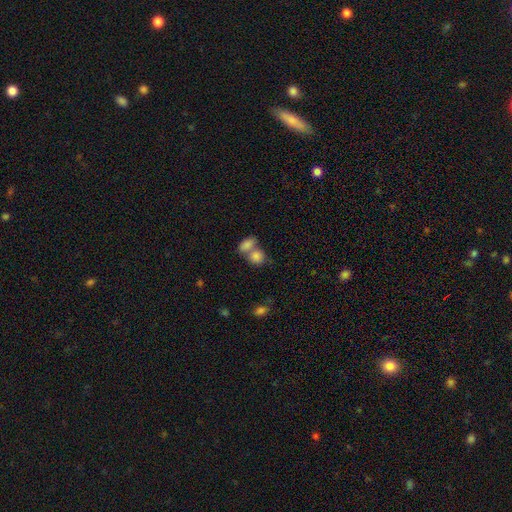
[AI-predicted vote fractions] Smooth or featured?
  - smooth: 82% *
  - star or artifact: 9%
  - featured or disk: 9%
How rounded?
  - in between: 54% *
  - round: 44%
  - cigar-shaped: 2%
Merging?
  - merger: 59% *
  - none: 29%
  - minor disturbance: 8%
  - major disturbance: 4%